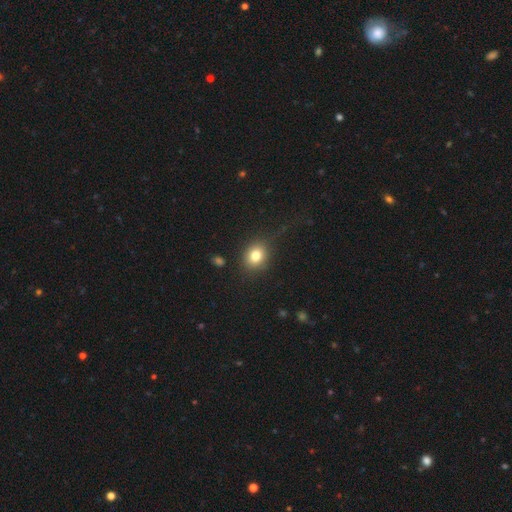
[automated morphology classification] This appears to be a smooth galaxy with no disk features (80%) that is round (62%). Merging: none (79%).